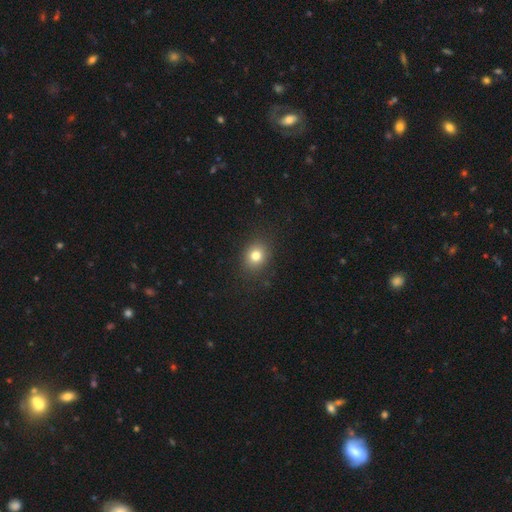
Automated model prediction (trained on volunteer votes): The model was most divided on "how rounded": round: 65%, in between: 34%, cigar-shaped: 1%. More confident: merging — none (88%); smooth or featured — smooth (79%).